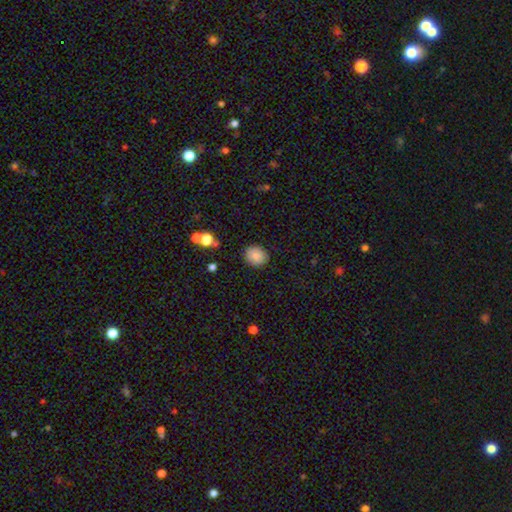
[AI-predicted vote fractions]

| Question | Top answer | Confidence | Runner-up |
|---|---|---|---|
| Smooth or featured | smooth | 85% | star or artifact (9%) |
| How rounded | round | 74% | in between (26%) |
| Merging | none | 88% | minor disturbance (8%) |